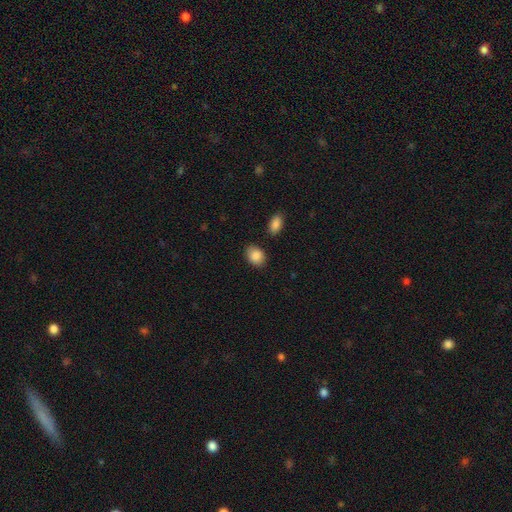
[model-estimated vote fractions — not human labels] smooth 89%, star or artifact 7%, featured or disk 4%. Down the decision tree: how rounded — in between (65%); merging — none (81%).